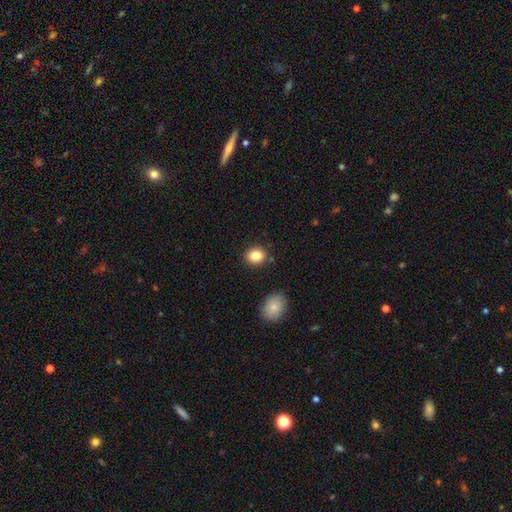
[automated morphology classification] This is clearly a smooth galaxy (84%). How rounded: likely round (71%). Merging: clearly none (86%).